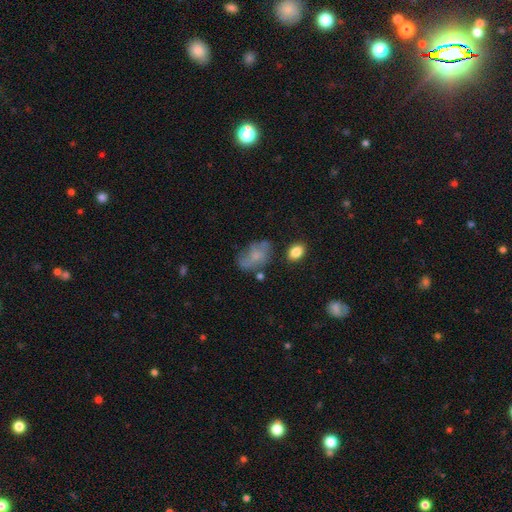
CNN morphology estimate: Q: Smooth or featured?
A: smooth (51%); runner-up: featured or disk (38%)
Q: How rounded?
A: in between (83%); runner-up: round (15%)
Q: Merging?
A: none (51%); runner-up: minor disturbance (28%)